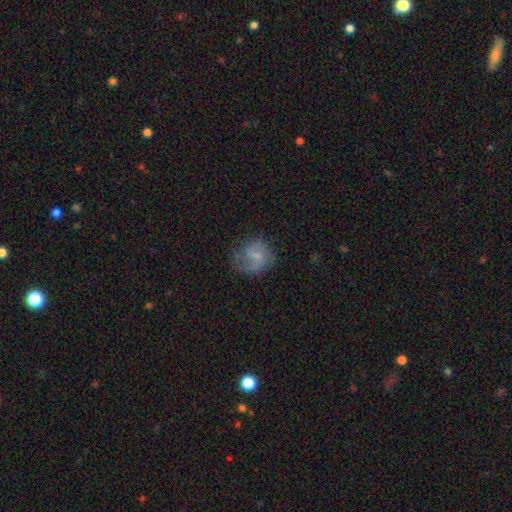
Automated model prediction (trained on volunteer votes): This appears to be a featured or disk galaxy (54%) with a weak bar (49%), spiral arms (83%) and a small central bulge (43%). Merging: none (53%).